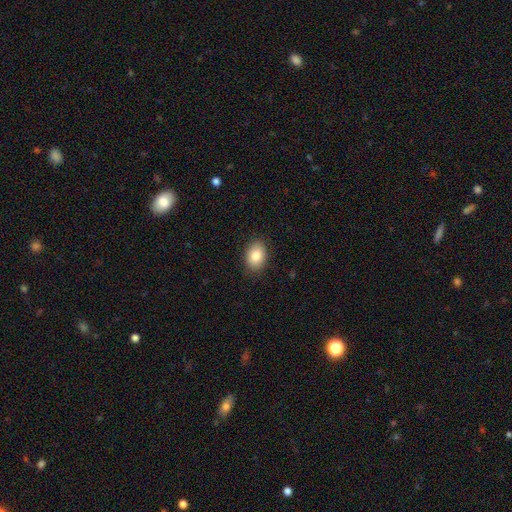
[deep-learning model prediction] This appears to be a smooth galaxy with no disk features (84%) that is in between round and cigar-shaped (78%). Merging: none (88%).